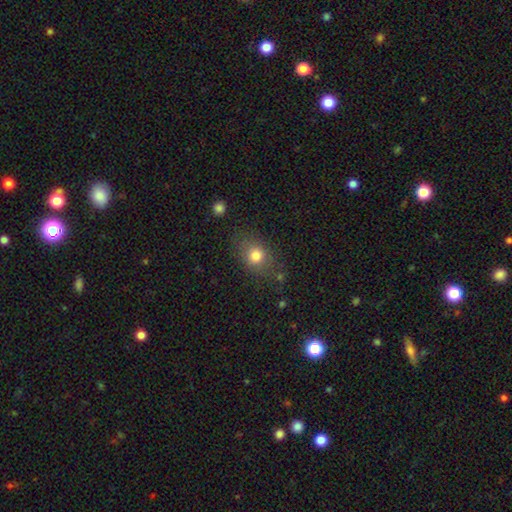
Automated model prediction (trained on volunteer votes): smooth-or-featured: smooth: 80% | star or artifact: 11% | featured or disk: 9%
  how-rounded: round: 53% | in between: 45% | cigar-shaped: 1%
  merging: none: 73% | minor disturbance: 17% | major disturbance: 7% | merger: 3%